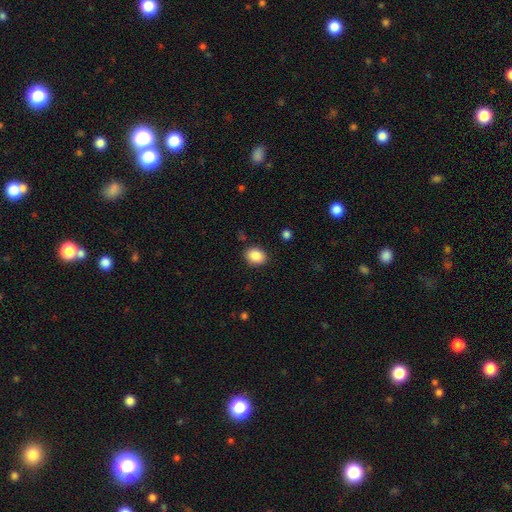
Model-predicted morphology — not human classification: The model was most divided on "how rounded": in between: 51%, round: 48%, cigar-shaped: 1%. More confident: smooth or featured — smooth (88%); merging — none (86%).